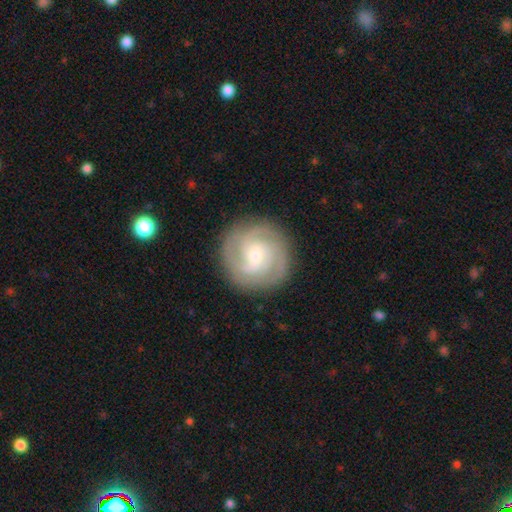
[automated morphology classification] smooth_or_featured: featured or disk (p=0.82) [alt: smooth p=0.12]
disk_edge_on: no (p=0.98) [alt: yes p=0.02]
bar: weak (p=0.47) [alt: no p=0.43]
has_spiral_arms: yes (p=0.97) [alt: no p=0.03]
spiral_winding: tight (p=0.59) [alt: medium p=0.35]
spiral_arm_count: 3 (p=0.47) [alt: 2 p=0.15]
bulge_size: small (p=0.54) [alt: moderate p=0.39]
merging: none (p=0.86) [alt: minor disturbance p=0.09]